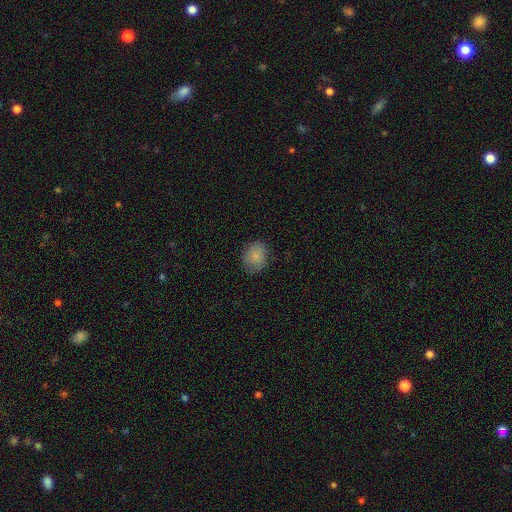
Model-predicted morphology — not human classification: smooth_or_featured: smooth (p=0.81) [alt: featured or disk p=0.11]
how_rounded: round (p=0.54) [alt: in between p=0.45]
merging: none (p=0.75) [alt: minor disturbance p=0.19]